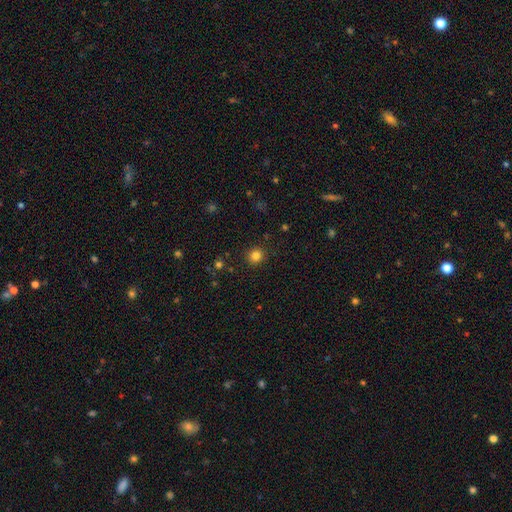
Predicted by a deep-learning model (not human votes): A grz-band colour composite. It shows a smooth galaxy with no disk features (82%) that is round (91%). Merging: none (91%).